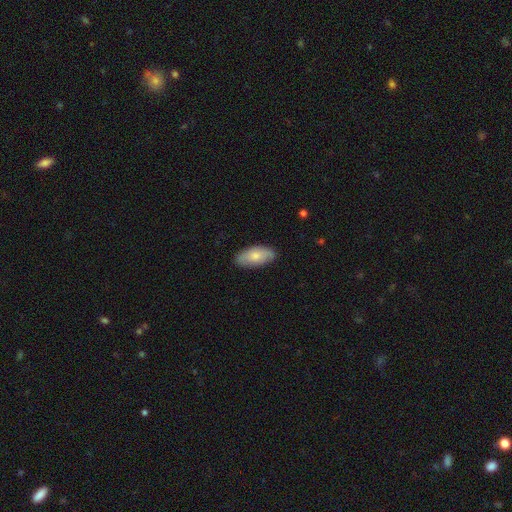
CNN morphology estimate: This is likely a smooth galaxy (74%). How rounded: clearly in between (91%). Merging: clearly none (83%).